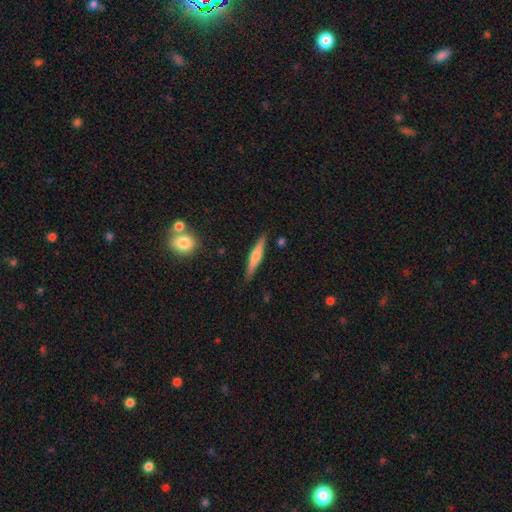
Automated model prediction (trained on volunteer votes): This is possibly a smooth galaxy (49%). Merging: clearly none (86%).